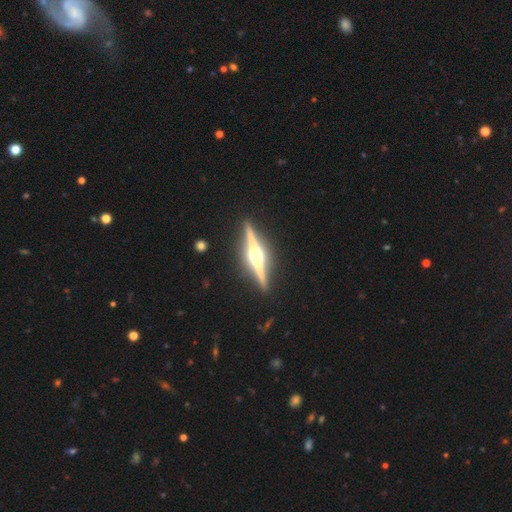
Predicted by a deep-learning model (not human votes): smooth-or-featured: featured or disk: 87% | smooth: 8% | star or artifact: 5%
  disk-edge-on: yes: 98% | no: 2%
    edge-on-bulge: rounded: 94% | boxy: 4% | none: 2%
  merging: none: 91% | minor disturbance: 7% | major disturbance: 2% | merger: 1%